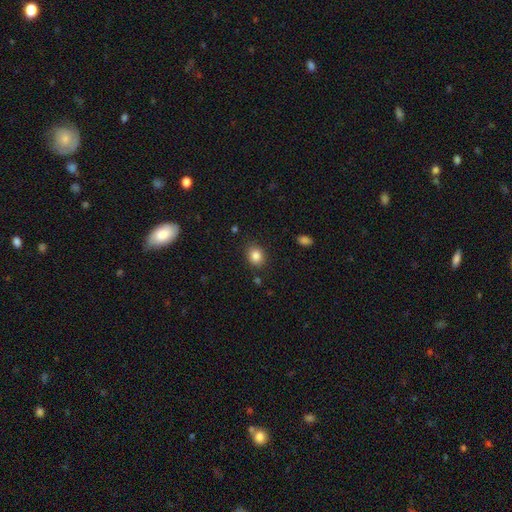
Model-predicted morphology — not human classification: This appears to be a smooth galaxy with no disk features (85%) that is round (60%). Merging: none (85%).